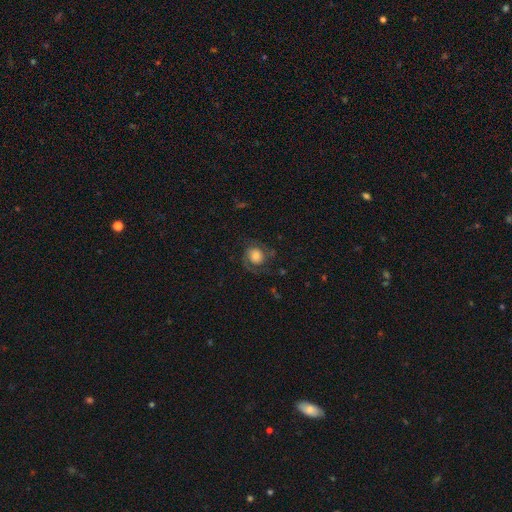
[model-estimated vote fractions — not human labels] This appears to be a featured or disk galaxy (61%) with no bar (71%), 2 (77%) medium (46%) spiral arms (92%) and a large central bulge (45%). Merging: none (67%).